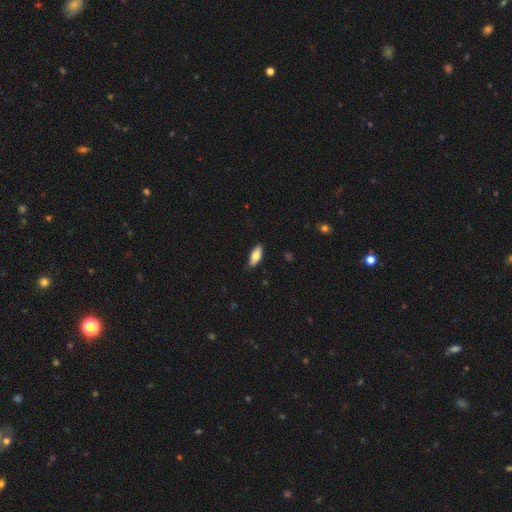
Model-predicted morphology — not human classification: This appears to be a smooth galaxy with no disk features (78%) that is in between round and cigar-shaped (76%). Merging: none (83%).